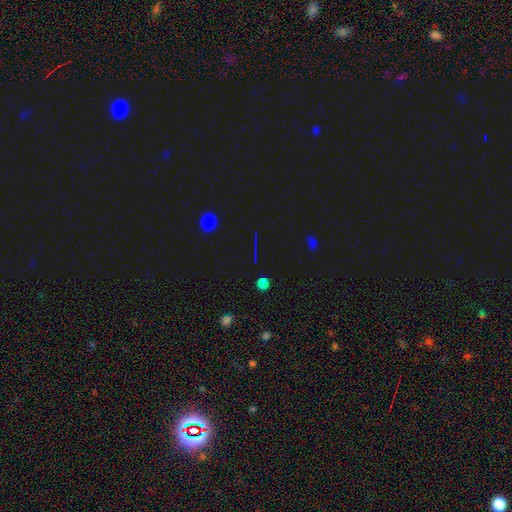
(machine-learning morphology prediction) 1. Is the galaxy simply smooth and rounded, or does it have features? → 62% star or artifact, 27% smooth, 11% featured or disk.